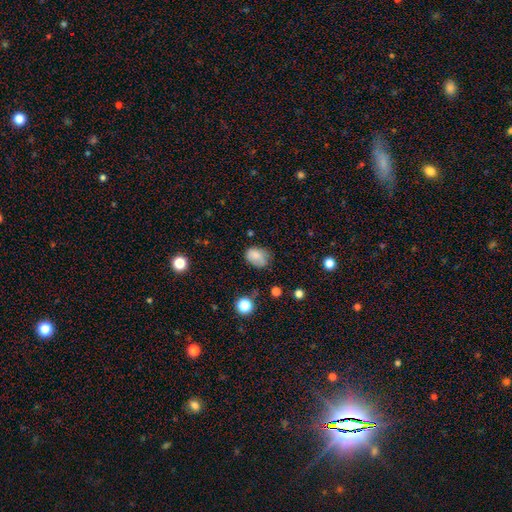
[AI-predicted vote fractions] The model was most divided on "merging": none: 52%, minor disturbance: 32%, major disturbance: 11%, merger: 4%. More confident: smooth or featured — smooth (78%); how rounded — in between (67%).